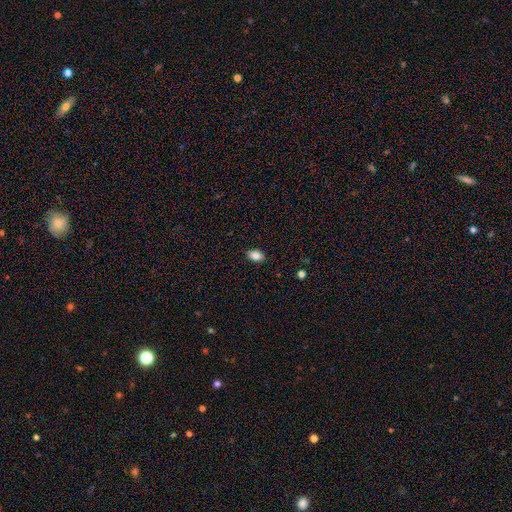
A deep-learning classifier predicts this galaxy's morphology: smooth_or_featured: smooth (p=0.86) [alt: star or artifact p=0.08]
how_rounded: in between (p=0.87) [alt: round p=0.12]
merging: none (p=0.89) [alt: minor disturbance p=0.08]